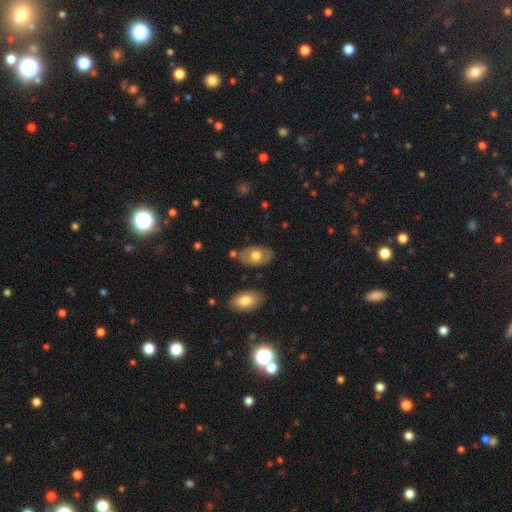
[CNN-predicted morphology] Overall: smooth (61%; featured or disk 33%). How rounded: in between (90%). Merging: none (76%).